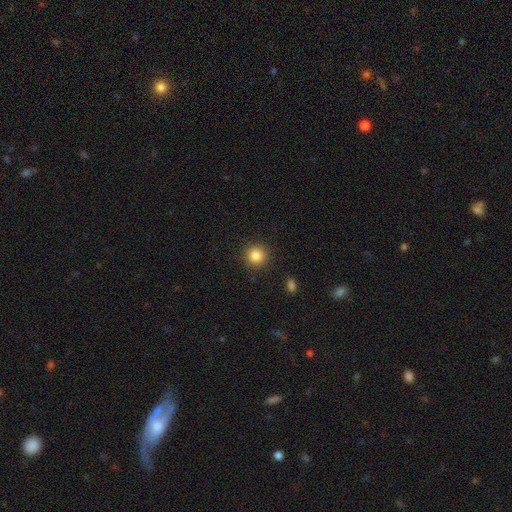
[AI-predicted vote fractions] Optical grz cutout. It shows a smooth galaxy with no disk features (85%) that is round (94%). Merging: none (91%).